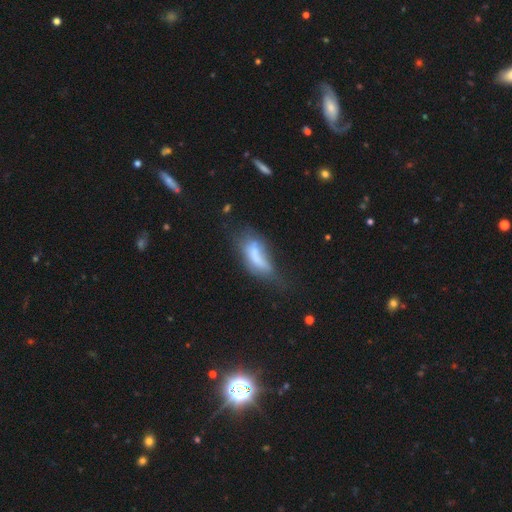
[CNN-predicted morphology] Q: Smooth or featured?
A: smooth (55%); runner-up: featured or disk (34%)
Q: How rounded?
A: in between (75%); runner-up: cigar-shaped (22%)
Q: Merging?
A: major disturbance (34%); runner-up: minor disturbance (28%)